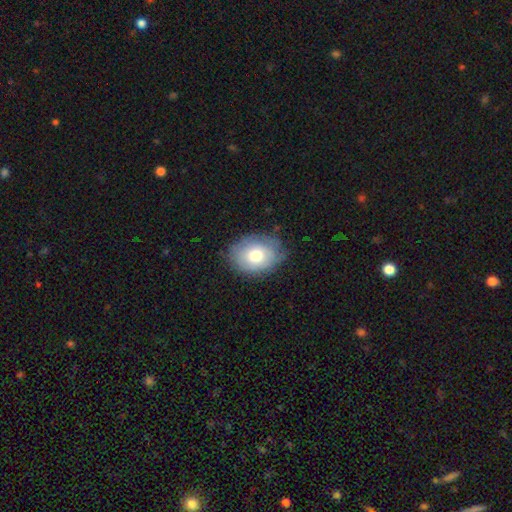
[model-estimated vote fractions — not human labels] smooth 68%, featured or disk 24%, star or artifact 8%. Down the decision tree: how rounded — in between (70%); merging — none (72%).